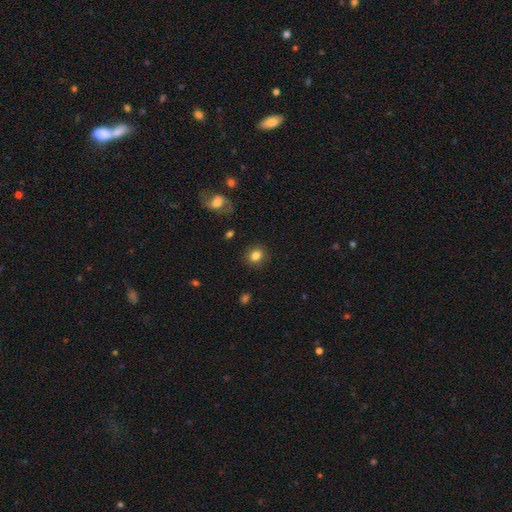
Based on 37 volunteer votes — This is clearly a smooth galaxy (95%). How rounded: possibly round (54%). Merging: clearly none (83%).